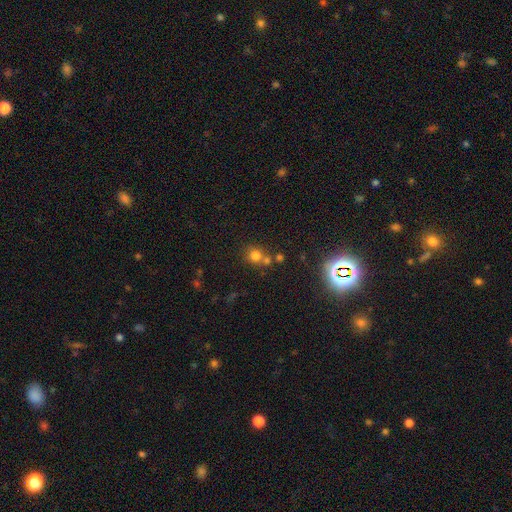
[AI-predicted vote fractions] This appears to be a smooth galaxy with no disk features (71%) that is round (86%). Merging: none (55%).